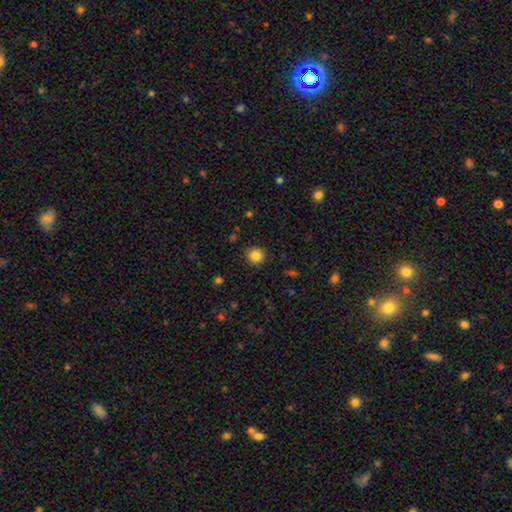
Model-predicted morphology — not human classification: Smooth or featured? smooth (85%)
How rounded? round (89%)
Merging? none (90%)